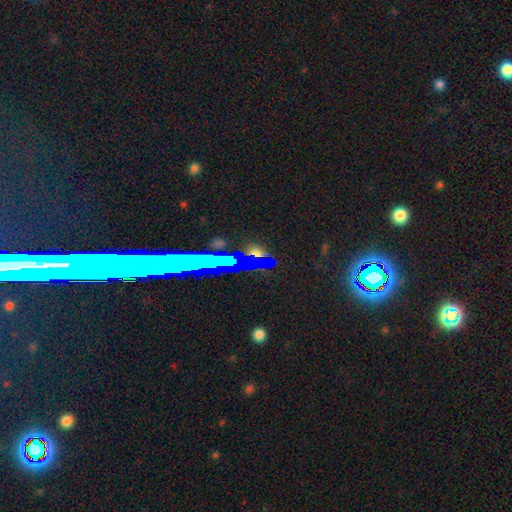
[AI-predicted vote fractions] smooth-or-featured: star or artifact: 52% | smooth: 30% | featured or disk: 18%